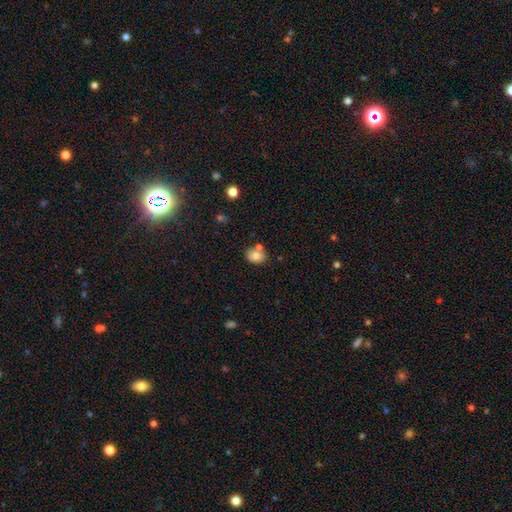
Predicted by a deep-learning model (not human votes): This is likely a smooth galaxy (78%). How rounded: possibly in between (58%). Merging: possibly none (60%).